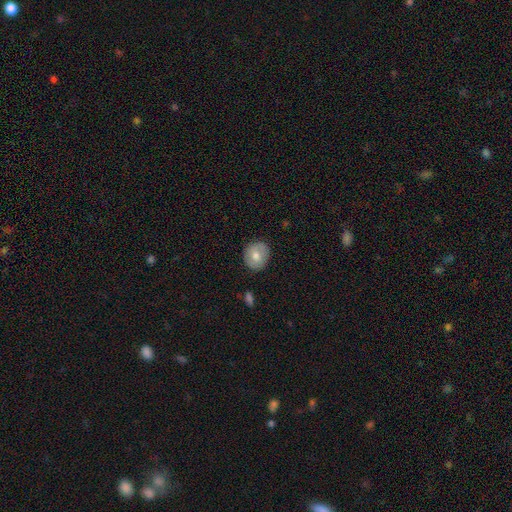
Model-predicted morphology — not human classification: smooth_or_featured: smooth (p=0.70) [alt: featured or disk p=0.23]
how_rounded: round (p=0.76) [alt: in between p=0.23]
merging: none (p=0.85) [alt: minor disturbance p=0.11]